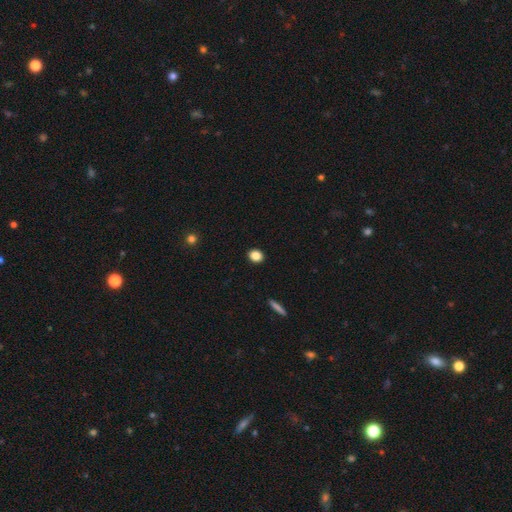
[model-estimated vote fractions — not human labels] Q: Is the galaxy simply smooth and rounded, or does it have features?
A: smooth — 85%.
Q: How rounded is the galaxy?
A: round — 59%.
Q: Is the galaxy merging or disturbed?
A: none — 92%.